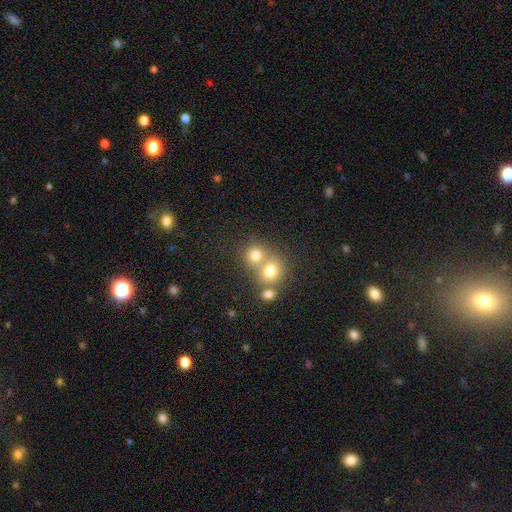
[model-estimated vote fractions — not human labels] Q: Smooth or featured?
A: smooth (58%); runner-up: star or artifact (27%)
Q: How rounded?
A: round (82%); runner-up: in between (16%)
Q: Merging?
A: merger (47%); runner-up: none (44%)